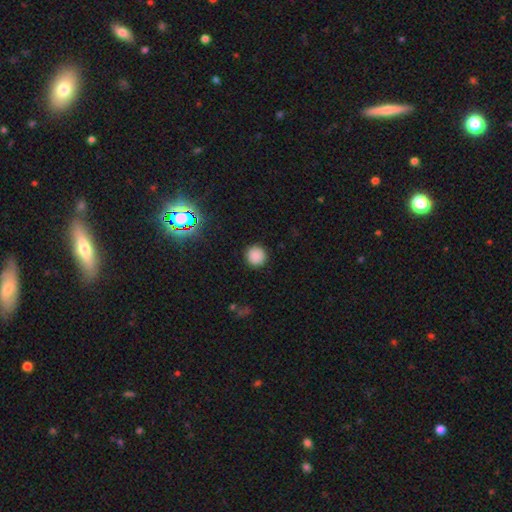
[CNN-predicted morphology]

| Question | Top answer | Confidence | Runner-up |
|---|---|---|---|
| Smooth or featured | smooth | 86% | star or artifact (11%) |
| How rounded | round | 95% | in between (4%) |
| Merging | none | 92% | minor disturbance (5%) |